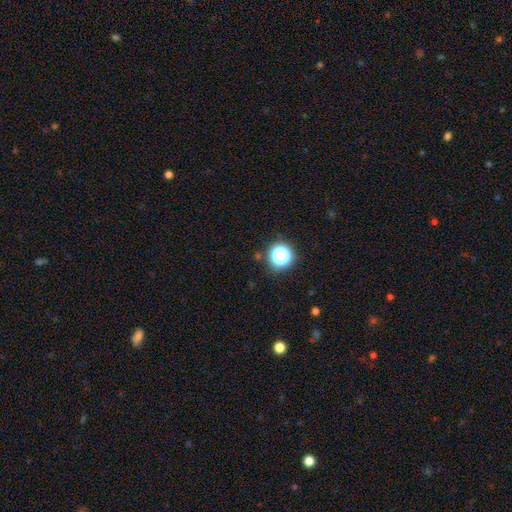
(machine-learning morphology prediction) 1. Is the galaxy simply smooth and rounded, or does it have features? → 62% star or artifact, 31% smooth, 7% featured or disk.